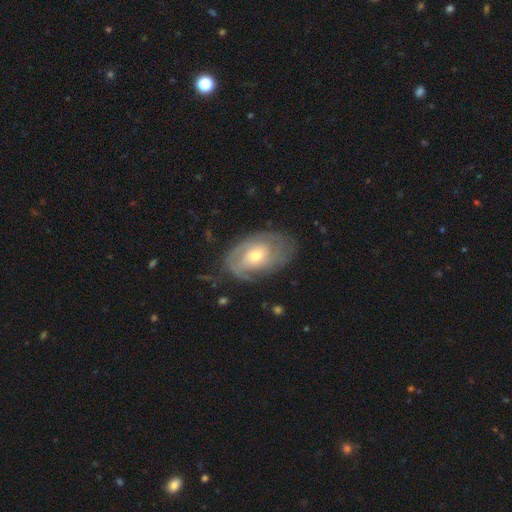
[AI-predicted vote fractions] This appears to be a featured or disk galaxy (76%) with no bar (71%), tight (63%) spiral arms (86%) and a moderate central bulge (55%). Merging: none (68%).